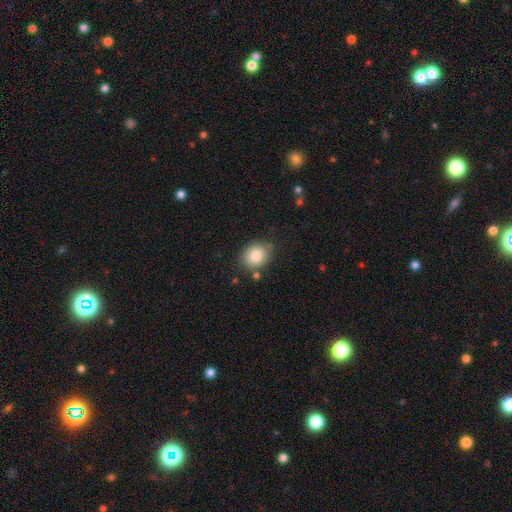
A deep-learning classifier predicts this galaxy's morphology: Smooth or featured?
  - smooth: 84% *
  - star or artifact: 8%
  - featured or disk: 7%
How rounded?
  - round: 55% *
  - in between: 44%
  - cigar-shaped: 1%
Merging?
  - none: 78% *
  - minor disturbance: 14%
  - merger: 4%
  - major disturbance: 3%